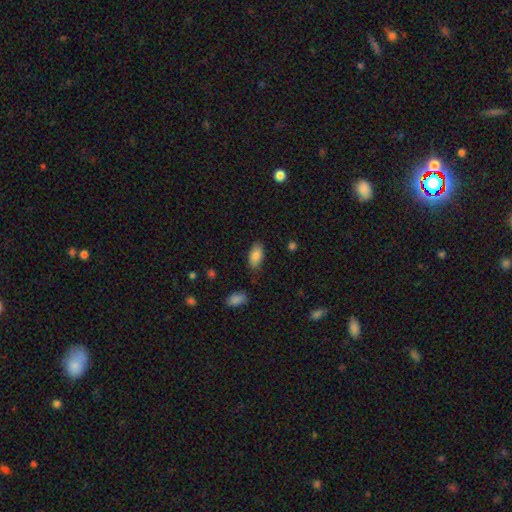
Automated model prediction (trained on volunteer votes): smooth-or-featured: smooth: 85% | featured or disk: 8% | star or artifact: 8%
  how-rounded: in between: 92% | cigar-shaped: 5% | round: 3%
  merging: none: 80% | minor disturbance: 15% | major disturbance: 3% | merger: 2%